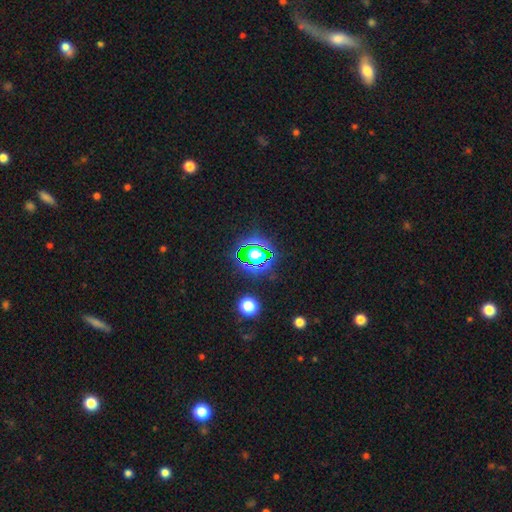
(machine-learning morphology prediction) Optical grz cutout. It shows a star or artifact, not a galaxy (56%).